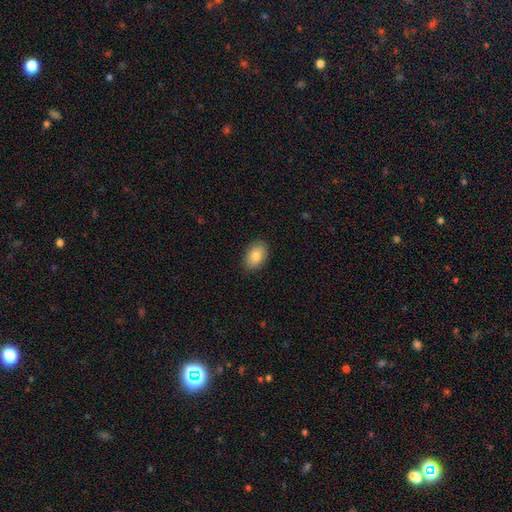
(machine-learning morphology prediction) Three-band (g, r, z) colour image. It shows a smooth galaxy with no disk features (85%) that is in between round and cigar-shaped (88%). Merging: none (87%).